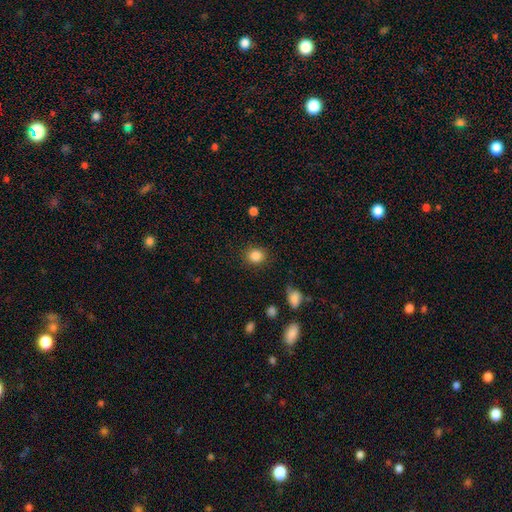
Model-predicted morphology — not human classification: Smooth or featured? Predicted: smooth (p=0.85). How rounded? Predicted: round (p=0.80). Merging? Predicted: none (p=0.87).